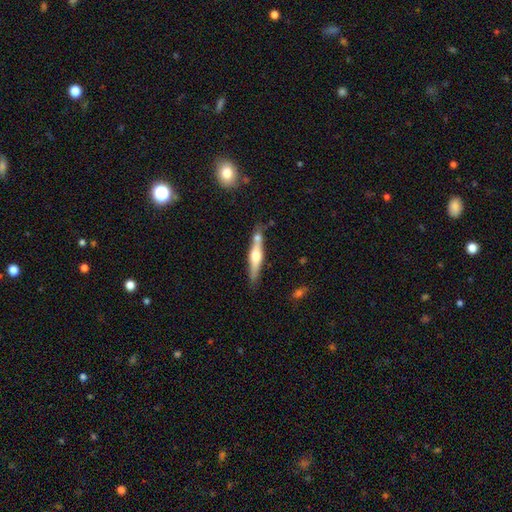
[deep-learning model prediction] Smooth or featured? Predicted: featured or disk (p=0.62). Edge-on disk? Predicted: yes (p=0.95). Edge-on bulge? Predicted: rounded (p=0.91). Merging? Predicted: none (p=0.72).